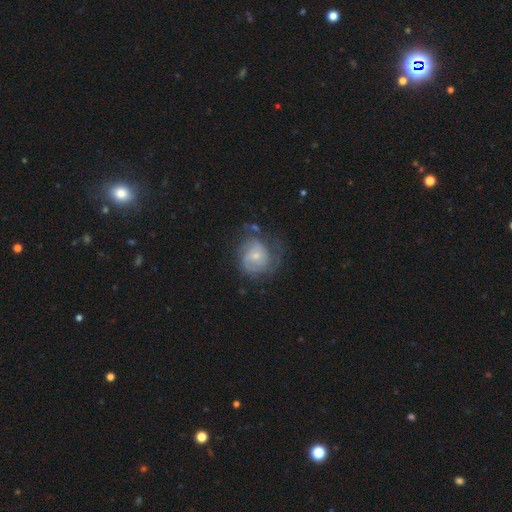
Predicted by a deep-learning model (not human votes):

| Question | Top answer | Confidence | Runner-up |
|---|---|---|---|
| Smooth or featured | featured or disk | 69% | smooth (24%) |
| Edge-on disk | no | 98% | yes (2%) |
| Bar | no | 64% | weak (31%) |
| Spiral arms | yes | 86% | no (14%) |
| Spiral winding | tight | 48% | medium (37%) |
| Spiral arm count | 2 | 38% | can't tell (33%) |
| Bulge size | small | 64% | moderate (30%) |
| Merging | none | 49% | minor disturbance (26%) |